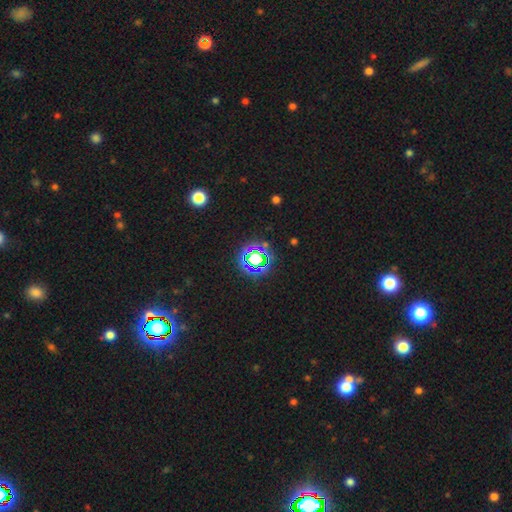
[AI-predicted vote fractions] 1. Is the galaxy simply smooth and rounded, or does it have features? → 67% star or artifact, 22% smooth, 11% featured or disk.